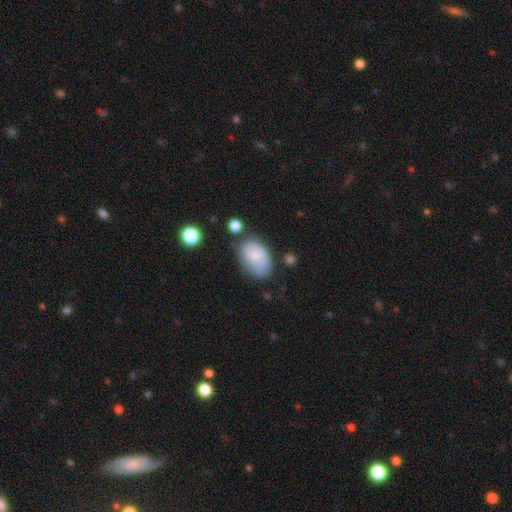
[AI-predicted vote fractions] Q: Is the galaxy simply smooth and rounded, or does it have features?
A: smooth — 75%.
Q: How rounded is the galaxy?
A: in between — 91%.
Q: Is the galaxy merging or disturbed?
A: none — 53%.